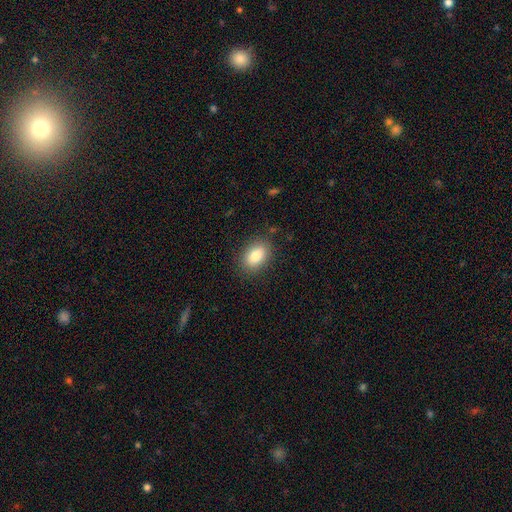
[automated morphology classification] smooth 83%, featured or disk 9%, star or artifact 8%. Down the decision tree: how rounded — in between (83%); merging — none (85%).